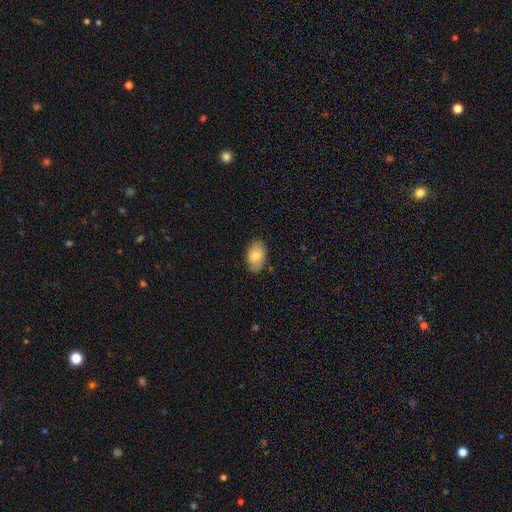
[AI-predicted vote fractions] This is likely a smooth galaxy (77%). How rounded: clearly in between (91%). Merging: likely none (80%).